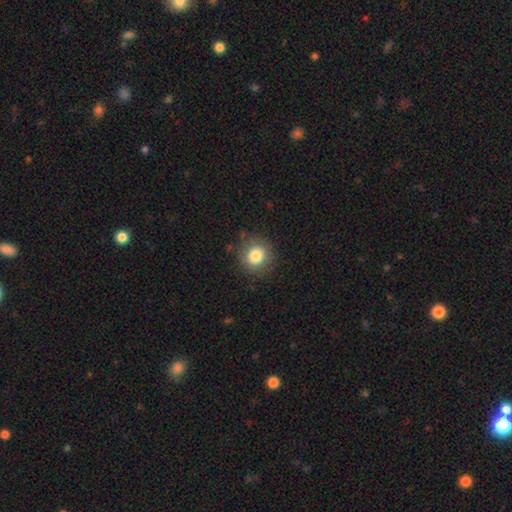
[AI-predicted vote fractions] smooth_or_featured: smooth (p=0.82) [alt: star or artifact p=0.10]
how_rounded: round (p=0.90) [alt: in between p=0.09]
merging: none (p=0.87) [alt: minor disturbance p=0.08]